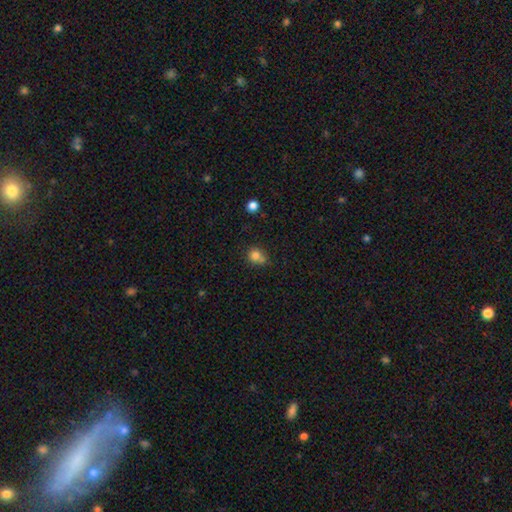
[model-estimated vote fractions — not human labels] Smooth or featured? Predicted: smooth (p=0.79). How rounded? Predicted: round (p=0.82). Merging? Predicted: none (p=0.55).